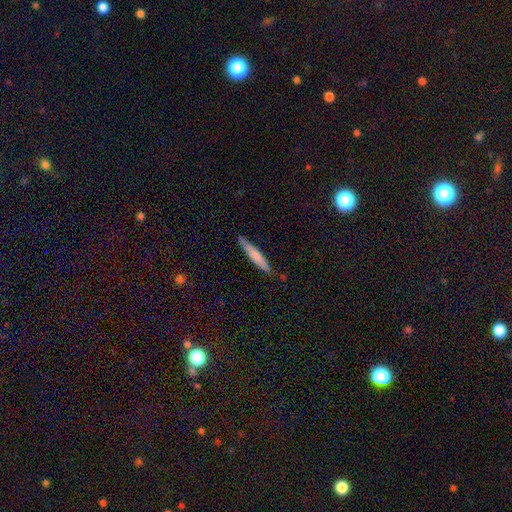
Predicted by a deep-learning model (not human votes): A smooth galaxy with no disk features (68%) that is cigar-shaped (93%).

Vote fractions:
- Smooth or featured? smooth: 68% / featured or disk: 26% / star or artifact: 6%
- How rounded? cigar-shaped: 93% / in between: 6% / round: 1%
- Merging? none: 84% / minor disturbance: 12% / major disturbance: 2% / merger: 2%